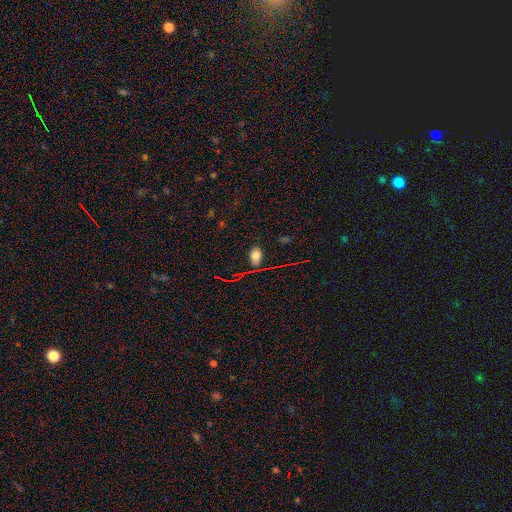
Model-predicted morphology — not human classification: The model was most divided on "smooth or featured": smooth: 73%, star or artifact: 18%, featured or disk: 9%. More confident: how rounded — in between (83%); merging — none (79%).